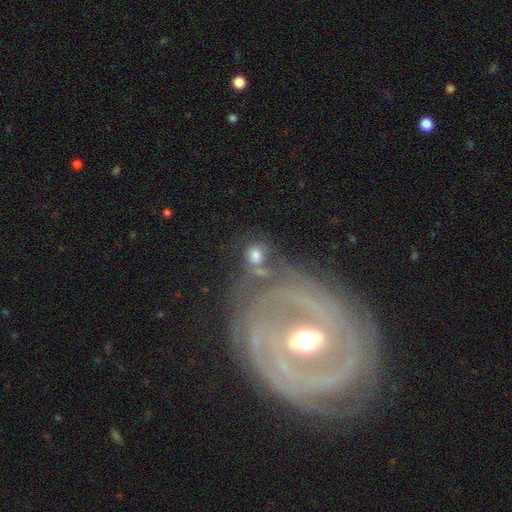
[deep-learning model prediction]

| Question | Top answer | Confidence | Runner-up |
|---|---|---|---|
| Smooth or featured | featured or disk | 48% | smooth (39%) |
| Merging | none | 54% | merger (17%) |